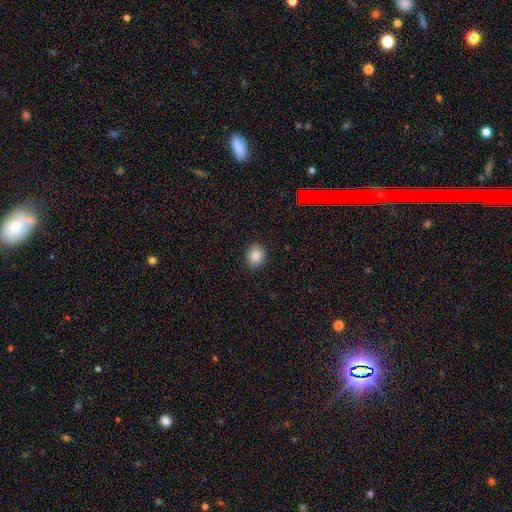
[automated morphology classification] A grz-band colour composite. It shows a smooth galaxy with no disk features (85%) that is round (68%). Merging: none (88%).